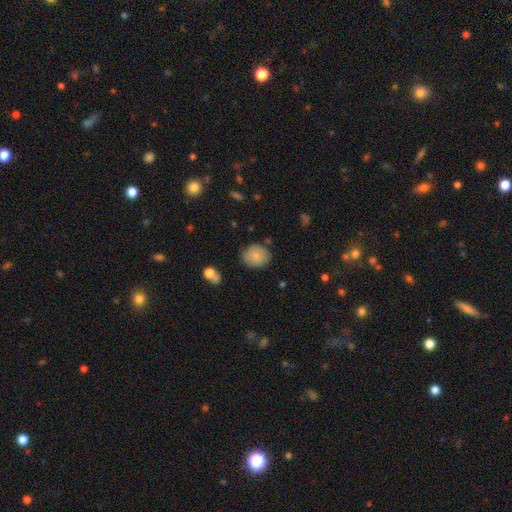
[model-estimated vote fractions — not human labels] Smooth or featured? smooth (81%)
How rounded? round (58%)
Merging? none (79%)